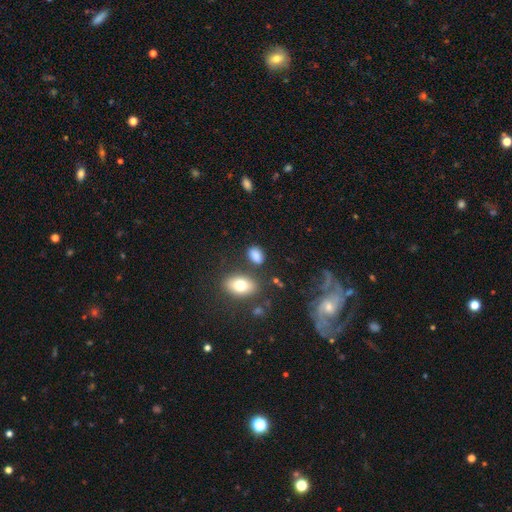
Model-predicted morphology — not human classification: smooth_or_featured: smooth (p=0.82) [alt: star or artifact p=0.11]
how_rounded: in between (p=0.83) [alt: round p=0.15]
merging: none (p=0.73) [alt: minor disturbance p=0.15]